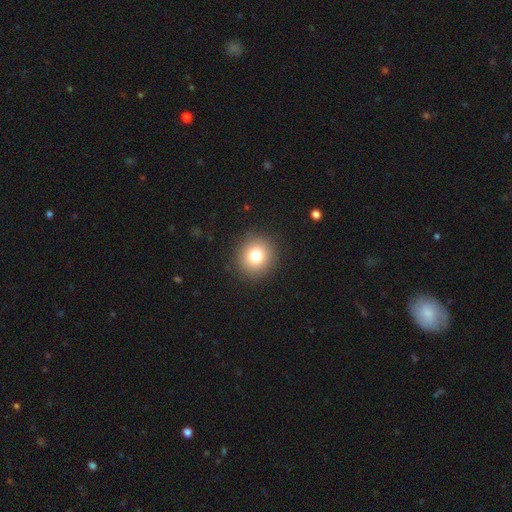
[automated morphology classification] type=smooth (79%); roundness=round (90%); merging=none (91%).